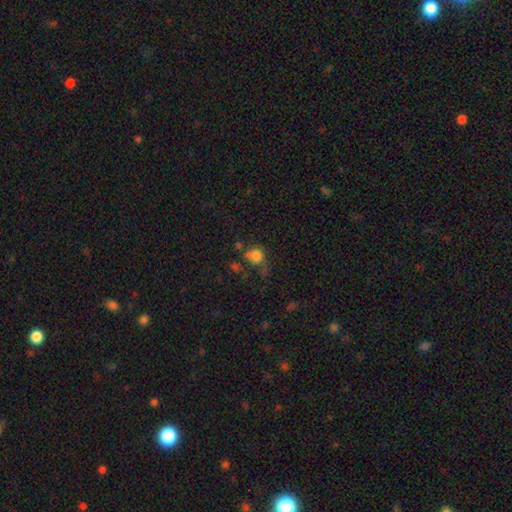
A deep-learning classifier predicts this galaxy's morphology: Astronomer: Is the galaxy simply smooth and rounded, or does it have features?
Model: smooth — 74%.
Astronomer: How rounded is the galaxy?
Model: round — 74%.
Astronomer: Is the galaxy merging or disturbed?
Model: none — 38% (runner-up: major disturbance, 22%).